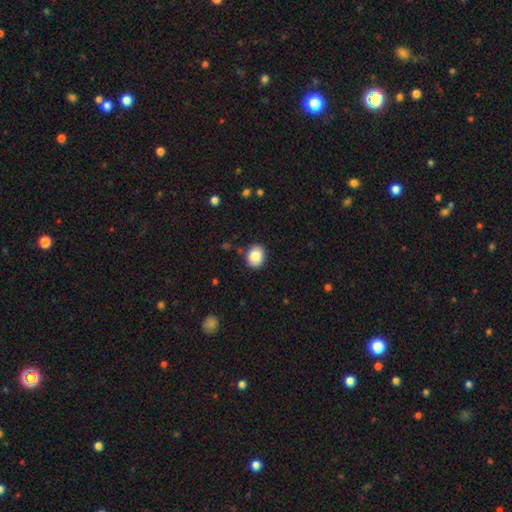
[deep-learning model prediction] A smooth galaxy with no disk features (86%) that is round (58%). Merging: none (84%).